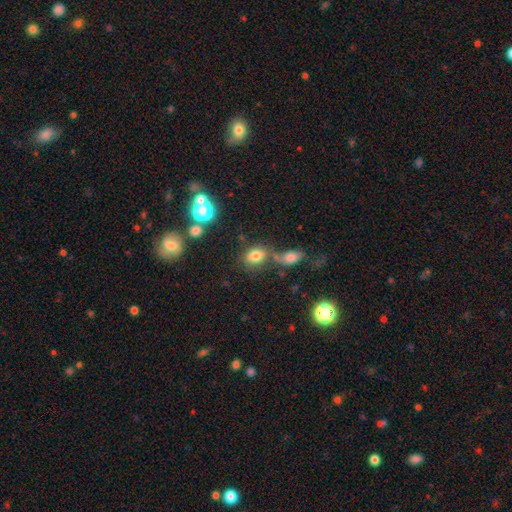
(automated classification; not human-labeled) Morphology: type=smooth (77%); roundness=in between (67%); merging=none (54%).